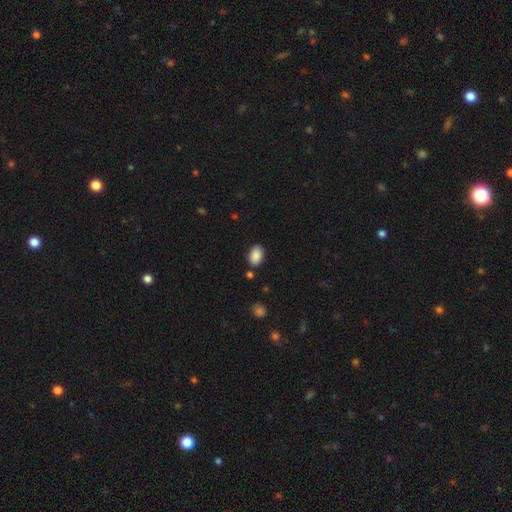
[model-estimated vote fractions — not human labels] Smooth or featured? Predicted: smooth (p=0.89). How rounded? Predicted: in between (p=0.86). Merging? Predicted: none (p=0.83).